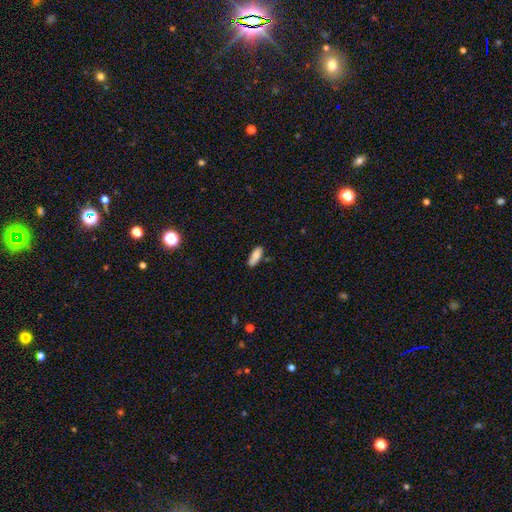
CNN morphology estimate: This appears to be a smooth galaxy with no disk features (84%) that is in between round and cigar-shaped (76%). Merging: none (76%).